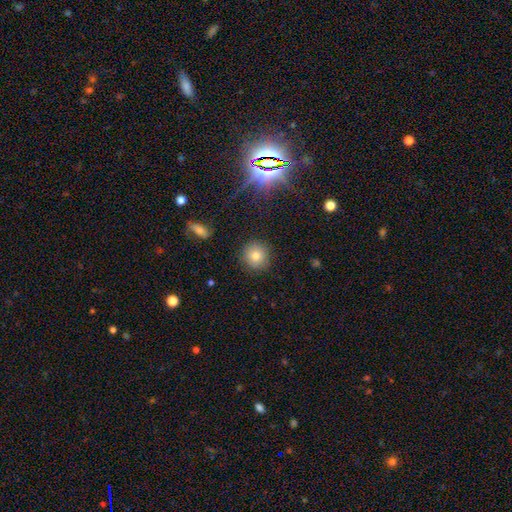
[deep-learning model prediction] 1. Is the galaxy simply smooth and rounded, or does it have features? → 78% smooth, 13% star or artifact, 9% featured or disk.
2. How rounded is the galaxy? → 92% round, 7% in between, 1% cigar-shaped.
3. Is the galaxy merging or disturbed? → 88% none, 8% minor disturbance, 2% major disturbance, 1% merger.